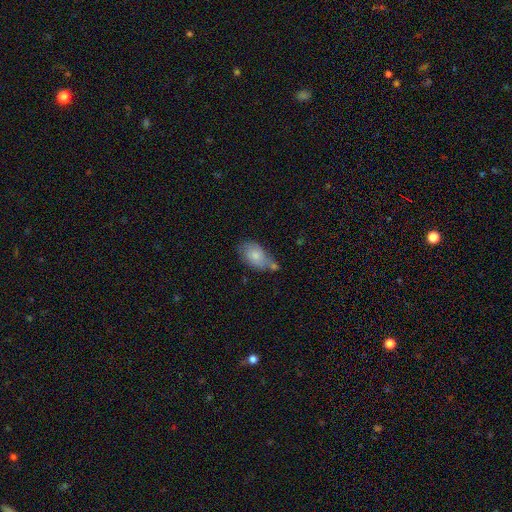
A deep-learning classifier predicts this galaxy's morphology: smooth_or_featured: smooth (p=0.74) [alt: featured or disk p=0.19]
how_rounded: in between (p=0.89) [alt: round p=0.09]
merging: none (p=0.42) [alt: minor disturbance p=0.26]